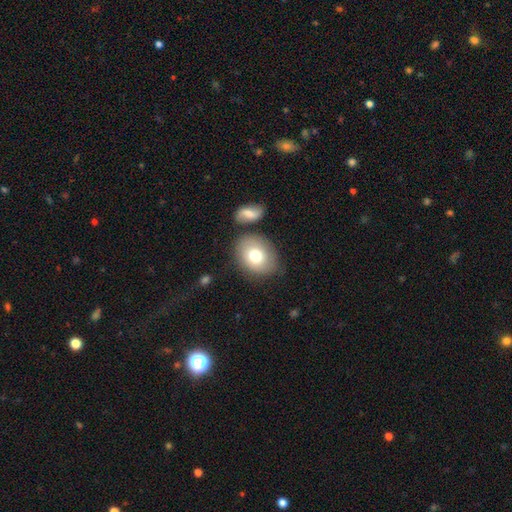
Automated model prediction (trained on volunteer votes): Overall: smooth (66%). How rounded: round (65%; in between 34%). Merging: none (74%).